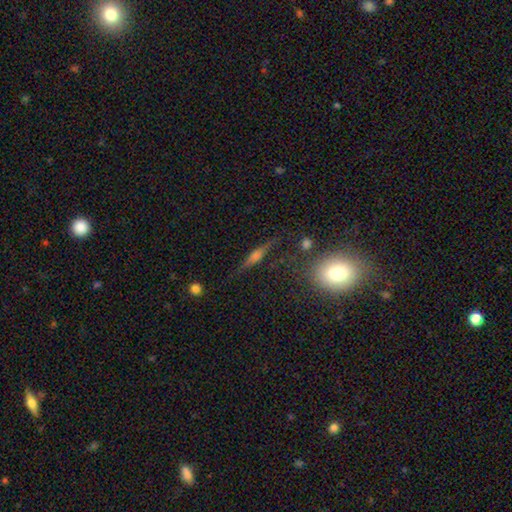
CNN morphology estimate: This is likely a featured or disk galaxy (65%). It is clearly viewed edge-on (94%). Edge-on bulge: clearly rounded (81%). Merging: clearly none (82%).